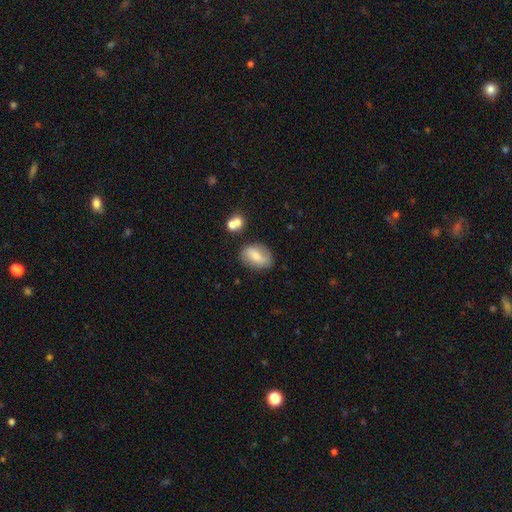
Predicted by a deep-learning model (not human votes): This is likely a smooth galaxy (68%). How rounded: clearly in between (81%). Merging: likely none (70%).